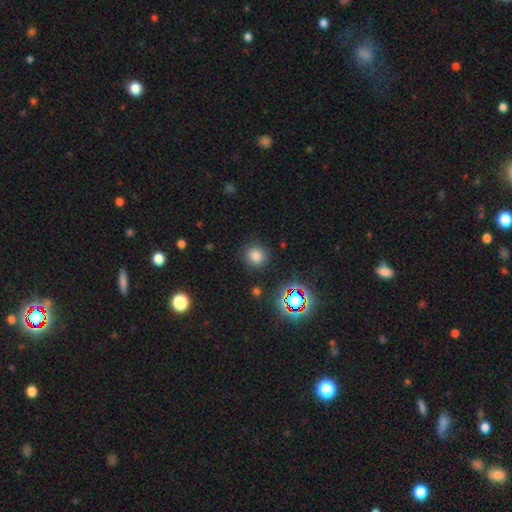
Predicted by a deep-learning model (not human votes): The model was most divided on "smooth or featured": smooth: 75%, star or artifact: 18%, featured or disk: 6%. More confident: how rounded — round (87%); merging — none (86%).